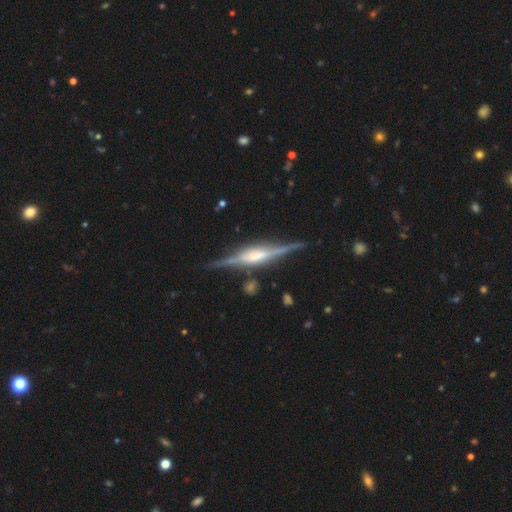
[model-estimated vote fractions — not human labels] smooth_or_featured: featured or disk (p=0.86) [alt: smooth p=0.09]
disk_edge_on: yes (p=0.97) [alt: no p=0.03]
edge_on_bulge: boxy (p=0.48) [alt: rounded p=0.44]
merging: none (p=0.83) [alt: minor disturbance p=0.12]